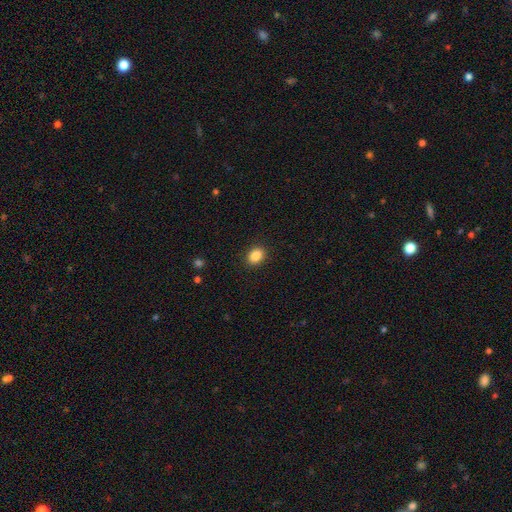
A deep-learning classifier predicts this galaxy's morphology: Smooth or featured? smooth (87%)
How rounded? in between (63%)
Merging? none (90%)